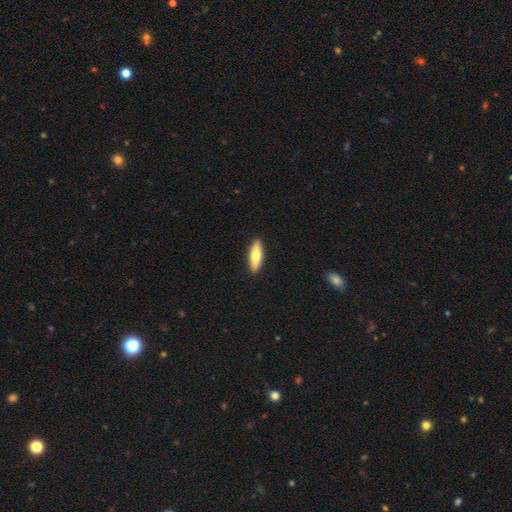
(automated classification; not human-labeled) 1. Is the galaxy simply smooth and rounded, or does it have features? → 70% smooth, 25% featured or disk, 5% star or artifact.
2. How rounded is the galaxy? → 49% in between, 48% cigar-shaped, 2% round.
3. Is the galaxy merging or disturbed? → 91% none, 7% minor disturbance, 1% major disturbance, 1% merger.